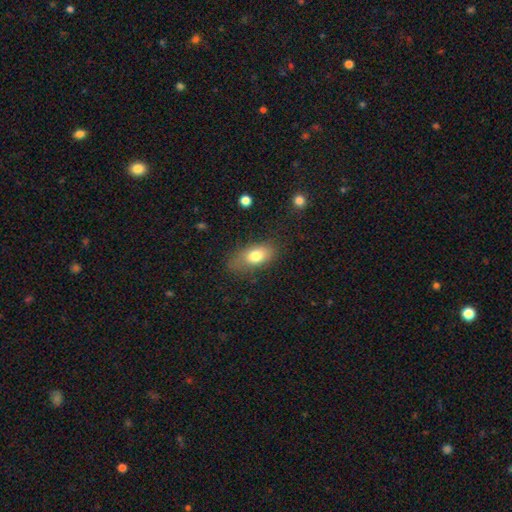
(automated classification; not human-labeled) smooth-or-featured: smooth: 77% | featured or disk: 15% | star or artifact: 8%
  how-rounded: in between: 86% | round: 8% | cigar-shaped: 6%
  merging: none: 66% | minor disturbance: 23% | major disturbance: 9% | merger: 2%